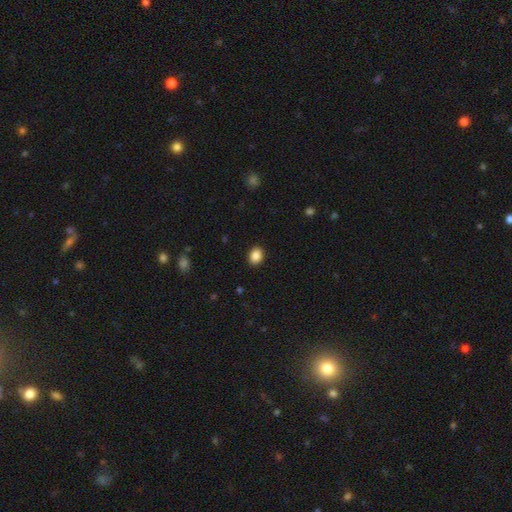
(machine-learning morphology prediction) type=smooth (88%); roundness=in between (63%); merging=none (90%).